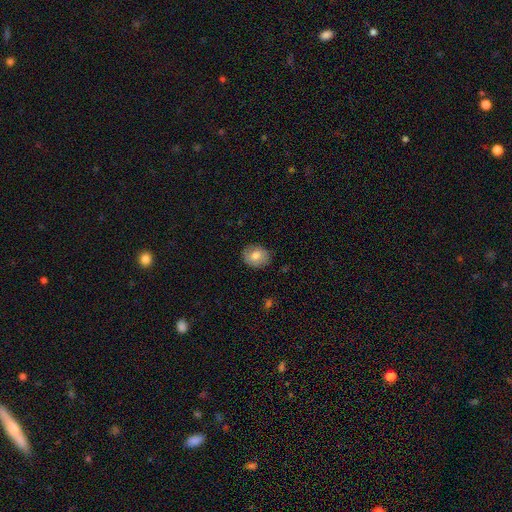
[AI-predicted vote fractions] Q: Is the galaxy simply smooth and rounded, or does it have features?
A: smooth — 76%.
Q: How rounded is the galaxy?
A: round — 51%.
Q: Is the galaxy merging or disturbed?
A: none — 82%.